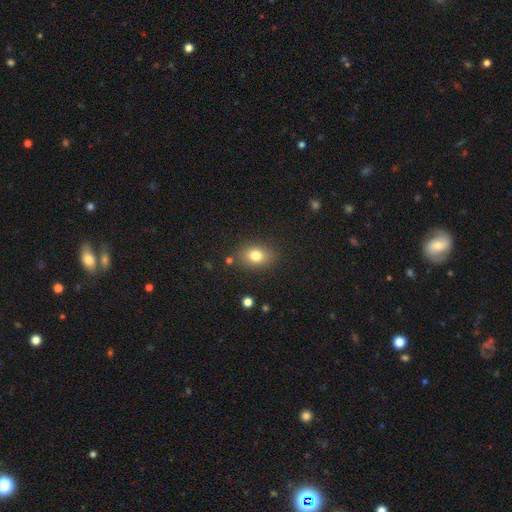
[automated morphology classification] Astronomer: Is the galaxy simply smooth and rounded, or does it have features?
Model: smooth — 78%.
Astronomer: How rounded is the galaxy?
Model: in between — 68%.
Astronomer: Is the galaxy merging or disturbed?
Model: none — 84%.